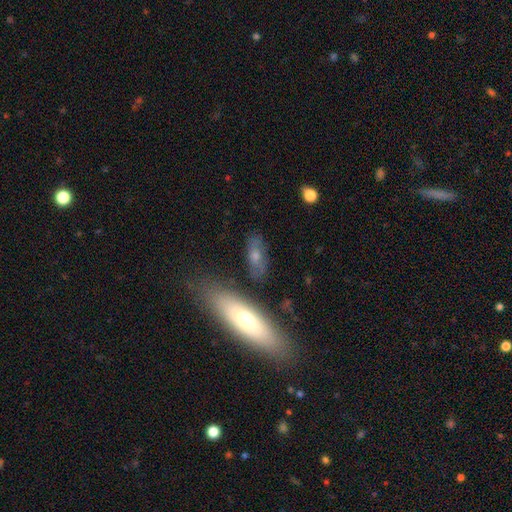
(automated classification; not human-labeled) smooth 60%, featured or disk 29%, star or artifact 10%. Down the decision tree: how rounded — in between (65%); merging — none (66%).